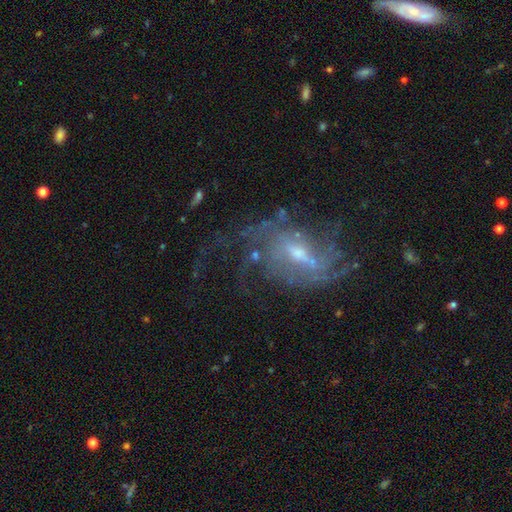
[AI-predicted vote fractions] Smooth or featured?
  - featured or disk: 81% *
  - star or artifact: 10%
  - smooth: 9%
Edge-on disk?
  - no: 95% *
  - yes: 5%
Bar?
  - weak: 51% *
  - no: 26%
  - strong: 24%
Spiral arms?
  - yes: 84% *
  - no: 16%
Spiral winding?
  - loose: 47% *
  - medium: 36%
  - tight: 17%
Spiral arm count?
  - 2: 40% *
  - can't tell: 28%
  - 3: 12%
  - 4: 7%
  - 1: 7%
  - more than 4: 5%
Bulge size?
  - small: 49% *
  - moderate: 41%
  - none: 5%
  - large: 3%
  - dominant: 1%
Merging?
  - none: 51% *
  - major disturbance: 28%
  - minor disturbance: 17%
  - merger: 4%